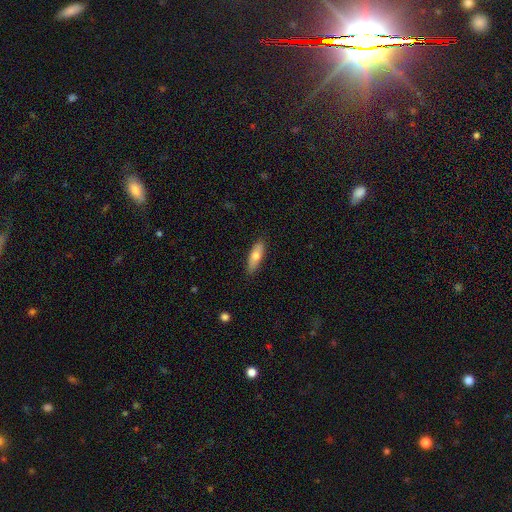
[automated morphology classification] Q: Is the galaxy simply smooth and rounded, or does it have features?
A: smooth — 70%.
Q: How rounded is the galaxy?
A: in between — 57%.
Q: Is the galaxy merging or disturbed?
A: none — 86%.